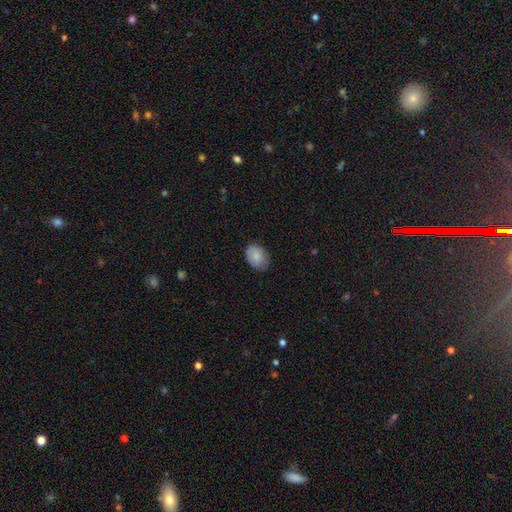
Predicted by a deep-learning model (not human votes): smooth_or_featured: smooth (p=0.84) [alt: featured or disk p=0.09]
how_rounded: in between (p=0.79) [alt: round p=0.20]
merging: none (p=0.78) [alt: minor disturbance p=0.18]